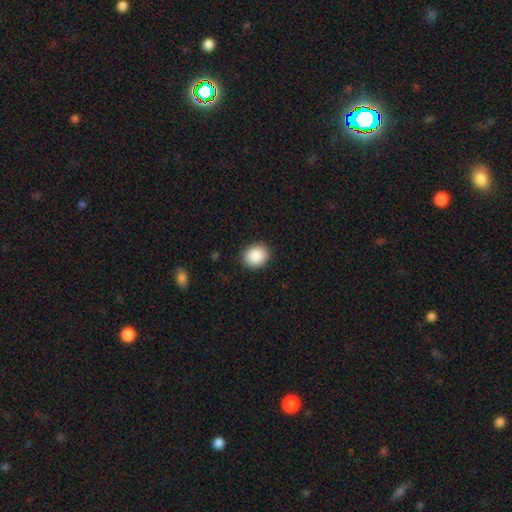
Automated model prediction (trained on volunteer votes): Smooth or featured?
  - smooth: 89% *
  - star or artifact: 8%
  - featured or disk: 4%
How rounded?
  - round: 68% *
  - in between: 31%
  - cigar-shaped: 1%
Merging?
  - none: 89% *
  - minor disturbance: 8%
  - major disturbance: 2%
  - merger: 1%